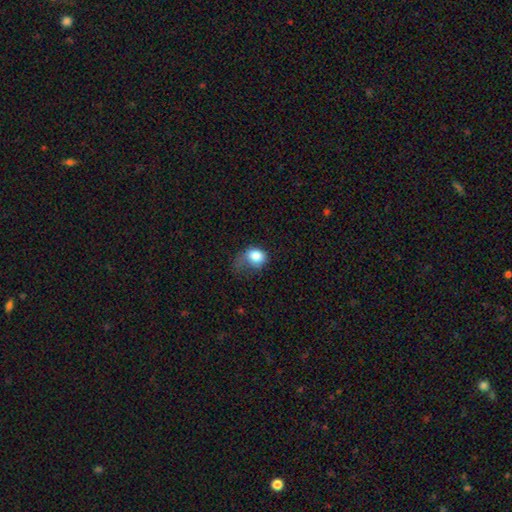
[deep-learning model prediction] Smooth or featured?
  - smooth: 82% *
  - featured or disk: 10%
  - star or artifact: 8%
How rounded?
  - round: 51% *
  - in between: 48%
  - cigar-shaped: 1%
Merging?
  - major disturbance: 43% *
  - minor disturbance: 32%
  - none: 22%
  - merger: 3%